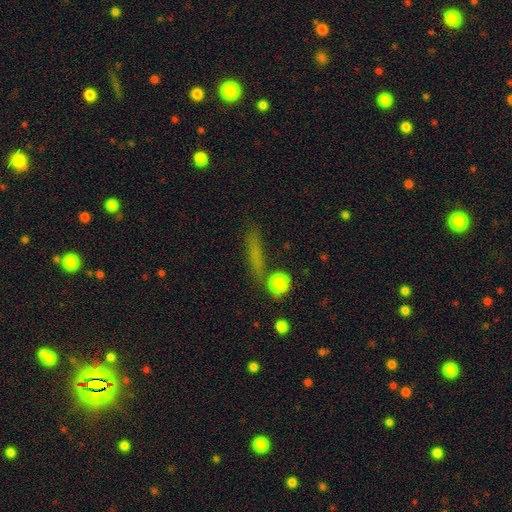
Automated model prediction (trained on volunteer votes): Overall: smooth (64%). How rounded: cigar-shaped (77%). Merging: none (72%).